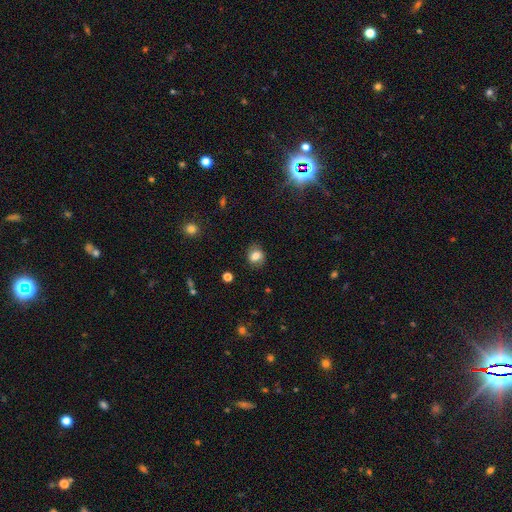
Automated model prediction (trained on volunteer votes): Morphology: type=smooth (78%); roundness=round (59%); merging=none (82%).